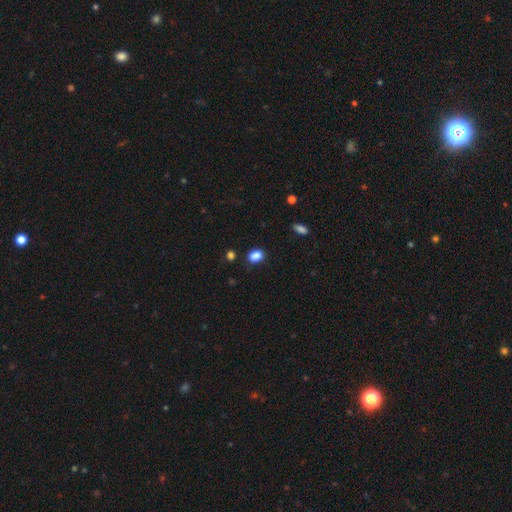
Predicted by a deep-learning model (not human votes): Smooth or featured? smooth (87%)
How rounded? in between (72%)
Merging? none (82%)